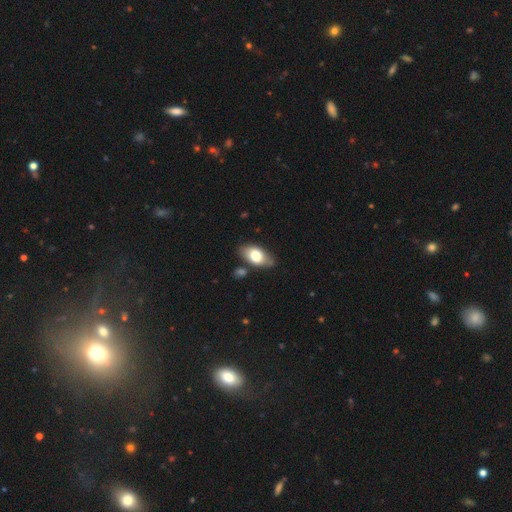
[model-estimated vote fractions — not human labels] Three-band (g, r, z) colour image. It shows a smooth galaxy with no disk features (72%) that is in between round and cigar-shaped (92%). Merging: none (75%).